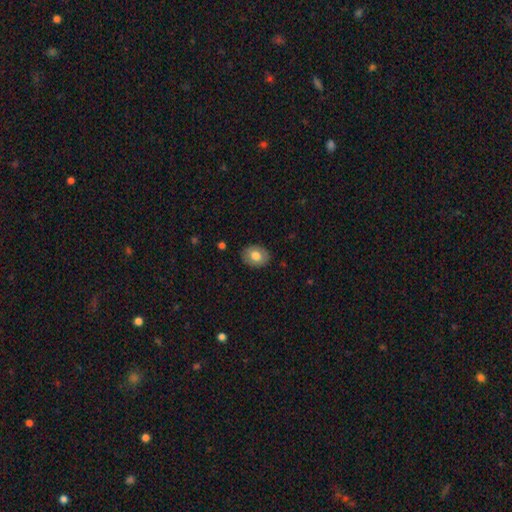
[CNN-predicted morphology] smooth-or-featured: smooth: 75% | featured or disk: 17% | star or artifact: 7%
  how-rounded: in between: 60% | round: 39% | cigar-shaped: 1%
  merging: none: 87% | minor disturbance: 10% | major disturbance: 2% | merger: 1%